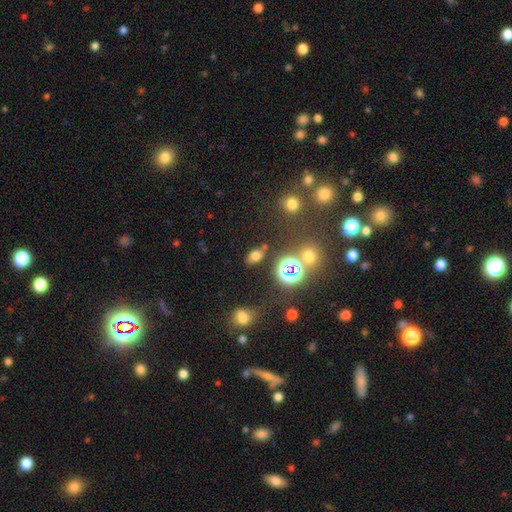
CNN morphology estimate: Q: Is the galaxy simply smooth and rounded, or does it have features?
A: smooth — 66%.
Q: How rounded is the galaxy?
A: in between — 81%.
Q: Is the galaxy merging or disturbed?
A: none — 76%.